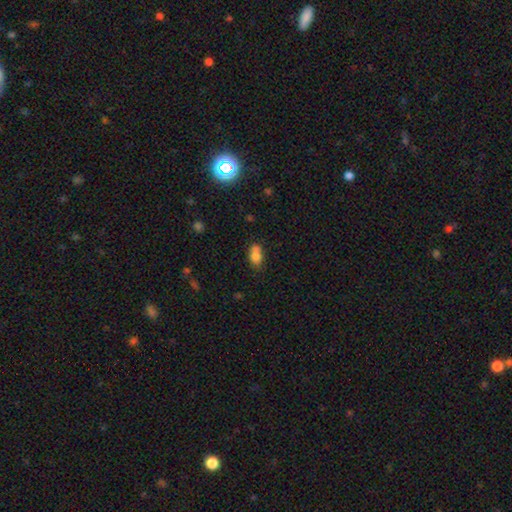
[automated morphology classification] A smooth galaxy with no disk features (76%) that is in between round and cigar-shaped (72%). Merging: none (41%).